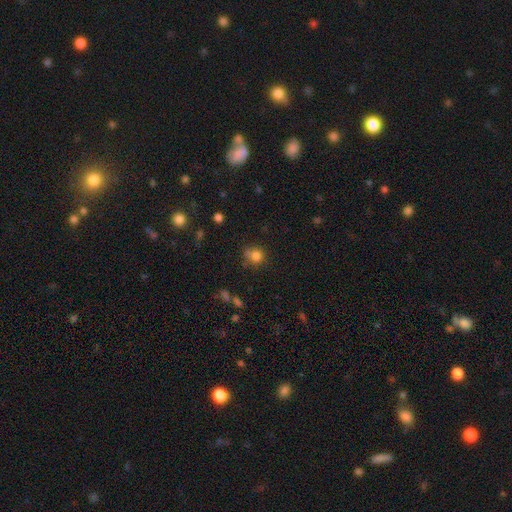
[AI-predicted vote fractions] This appears to be a smooth galaxy with no disk features (79%) that is round (80%). Merging: none (59%).